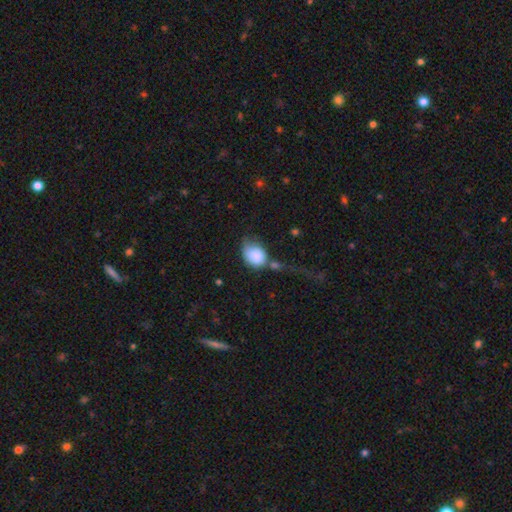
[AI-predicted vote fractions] A smooth galaxy with no disk features (82%) that is in between round and cigar-shaped (57%). Merging: major disturbance (31%).